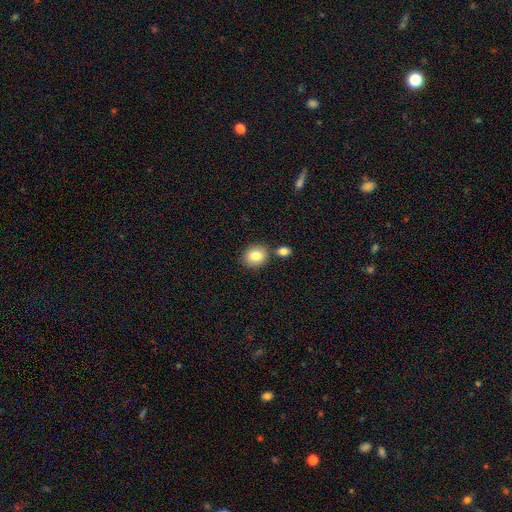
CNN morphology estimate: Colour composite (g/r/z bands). It shows a smooth galaxy with no disk features (84%) that is round (71%). Merging: none (75%).